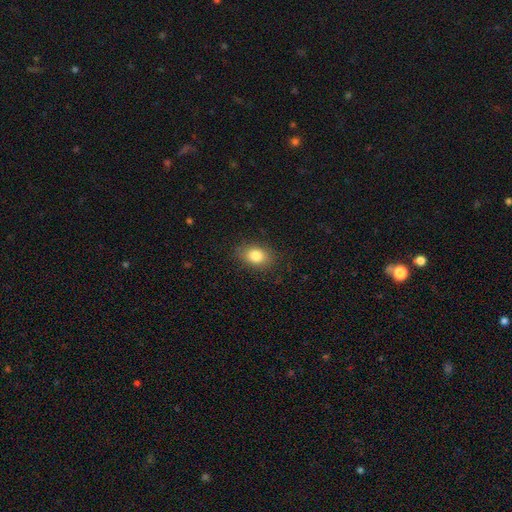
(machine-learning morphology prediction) A smooth galaxy with no disk features (83%) that is in between round and cigar-shaped (77%). Merging: none (85%).